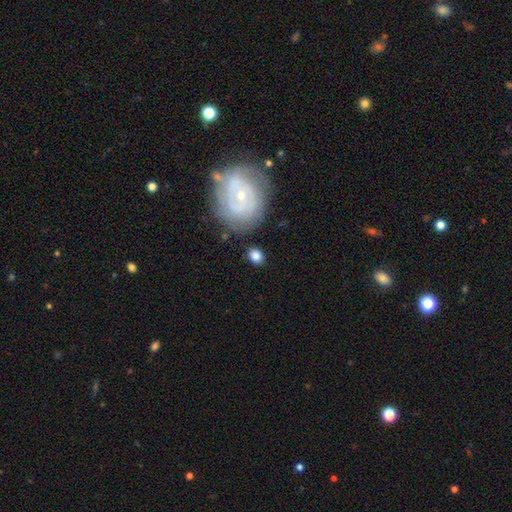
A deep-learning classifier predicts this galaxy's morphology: A smooth galaxy with no disk features (78%) that is in between round and cigar-shaped (64%).

Vote fractions:
- Smooth or featured? smooth: 78% / featured or disk: 15% / star or artifact: 7%
- How rounded? in between: 64% / round: 34% / cigar-shaped: 2%
- Merging? none: 79% / minor disturbance: 13% / major disturbance: 4% / merger: 4%